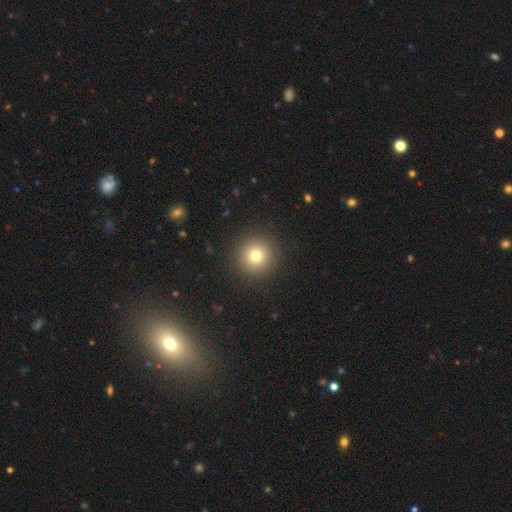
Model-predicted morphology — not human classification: Smooth or featured: smooth — 76% (star or artifact — 14%)
How rounded: round — 95% (in between — 4%)
Merging: none — 91% (minor disturbance — 5%)